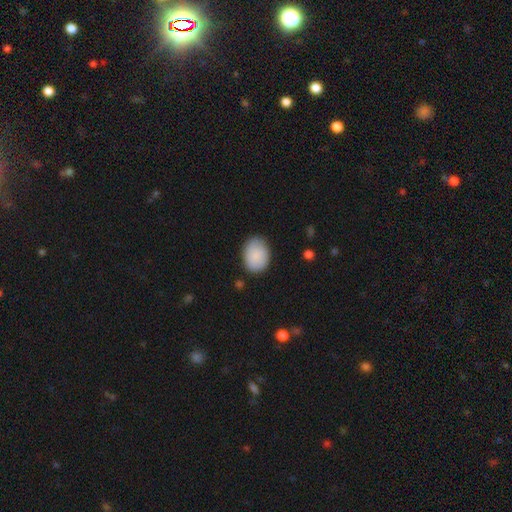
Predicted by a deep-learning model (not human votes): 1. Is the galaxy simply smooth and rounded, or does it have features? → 85% smooth, 9% featured or disk, 6% star or artifact.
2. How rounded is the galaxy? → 67% in between, 32% round, 1% cigar-shaped.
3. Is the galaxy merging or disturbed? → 78% none, 17% minor disturbance, 4% major disturbance, 2% merger.